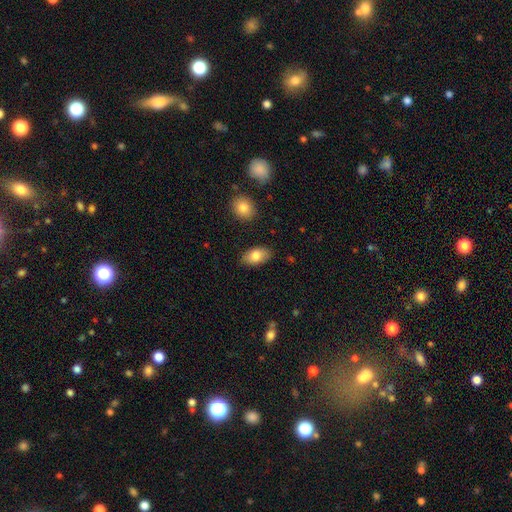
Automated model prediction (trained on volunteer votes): smooth_or_featured: smooth (p=0.81) [alt: featured or disk p=0.12]
how_rounded: in between (p=0.93) [alt: round p=0.06]
merging: none (p=0.86) [alt: minor disturbance p=0.10]